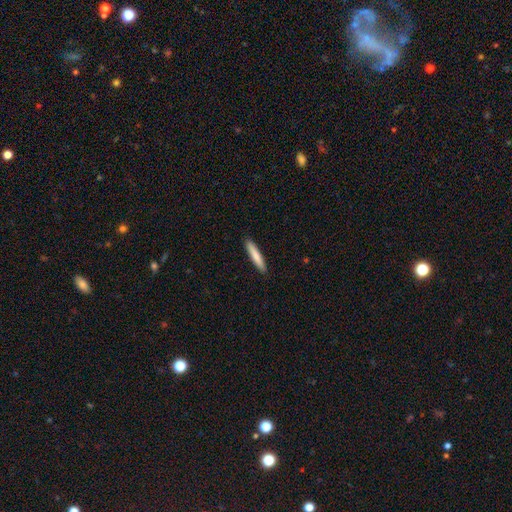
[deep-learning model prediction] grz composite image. It shows a smooth galaxy with no disk features (78%) that is cigar-shaped (91%). Merging: none (91%).